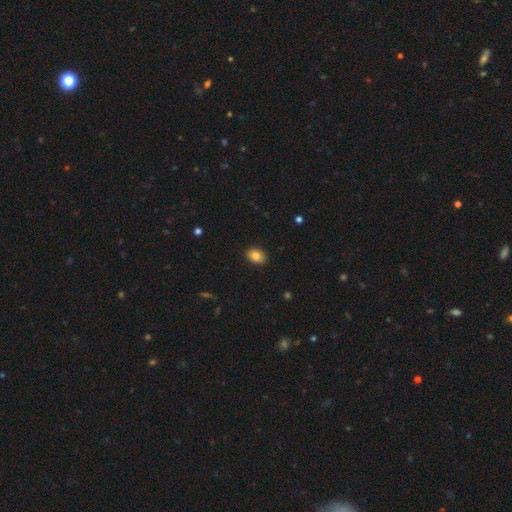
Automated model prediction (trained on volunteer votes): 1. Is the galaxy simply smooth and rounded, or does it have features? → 85% smooth, 9% star or artifact, 6% featured or disk.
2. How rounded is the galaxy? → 70% in between, 29% round, 1% cigar-shaped.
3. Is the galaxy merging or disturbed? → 90% none, 7% minor disturbance, 2% major disturbance, 1% merger.